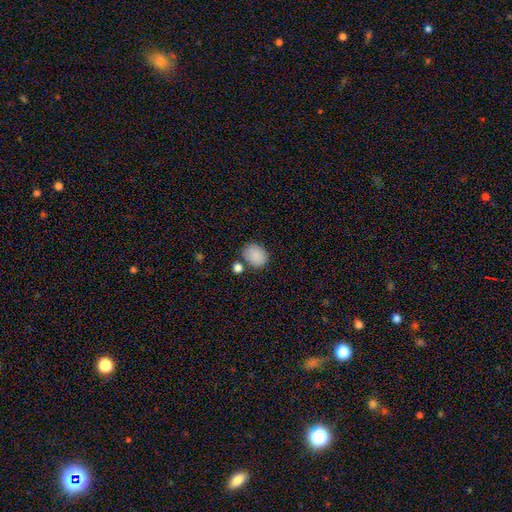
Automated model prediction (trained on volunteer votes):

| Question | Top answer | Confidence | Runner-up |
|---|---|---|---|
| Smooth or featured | smooth | 87% | star or artifact (8%) |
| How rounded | round | 50% | in between (49%) |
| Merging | none | 74% | minor disturbance (13%) |